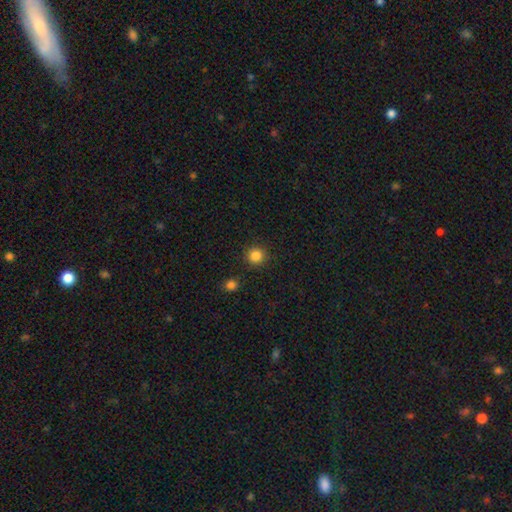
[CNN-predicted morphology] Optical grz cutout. It shows a smooth galaxy with no disk features (85%) that is round (94%). Merging: none (90%).